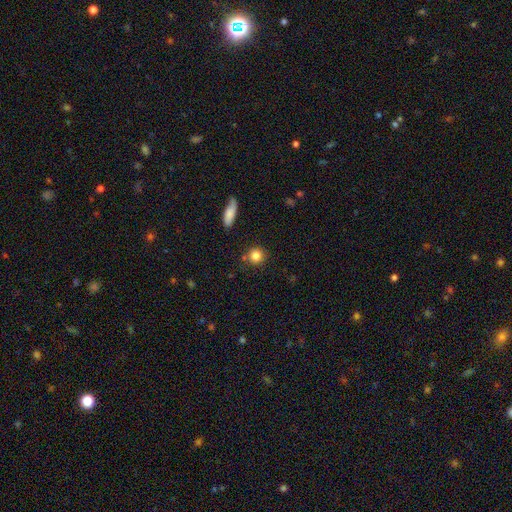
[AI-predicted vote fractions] The model was most divided on "merging": none: 83%, minor disturbance: 9%, merger: 5%, major disturbance: 3%. More confident: how rounded — round (90%); smooth or featured — smooth (84%).